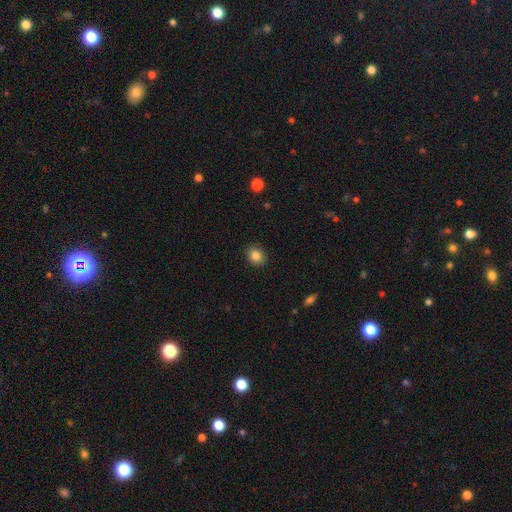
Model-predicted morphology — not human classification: A smooth galaxy with no disk features (84%) that is round (53%).

Vote fractions:
- Smooth or featured? smooth: 84% / star or artifact: 10% / featured or disk: 6%
- How rounded? round: 53% / in between: 46% / cigar-shaped: 1%
- Merging? none: 89% / minor disturbance: 8% / major disturbance: 2% / merger: 1%